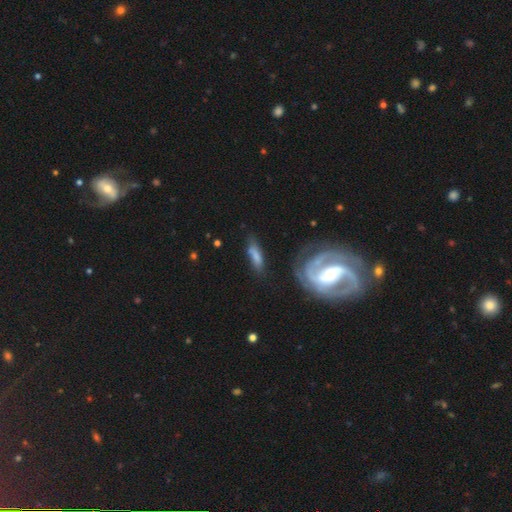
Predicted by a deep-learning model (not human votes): Smooth or featured?
  - smooth: 57% *
  - featured or disk: 34%
  - star or artifact: 9%
How rounded?
  - cigar-shaped: 53% *
  - in between: 44%
  - round: 3%
Merging?
  - none: 56% *
  - minor disturbance: 25%
  - major disturbance: 12%
  - merger: 8%